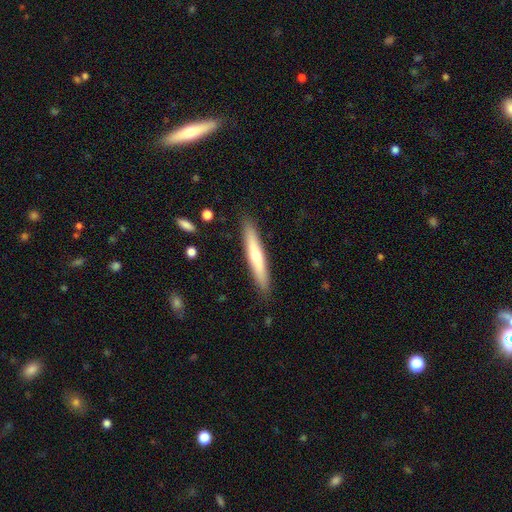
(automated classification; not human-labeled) Smooth or featured? Predicted: smooth (p=0.49). Merging? Predicted: none (p=0.90).